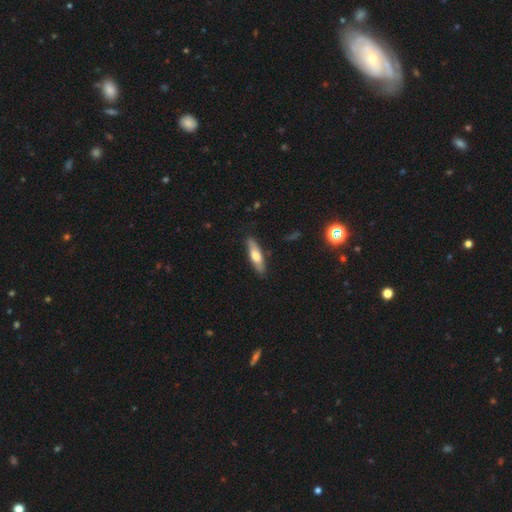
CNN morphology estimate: A smooth galaxy with no disk features (62%) that is cigar-shaped (62%). Merging: none (85%).